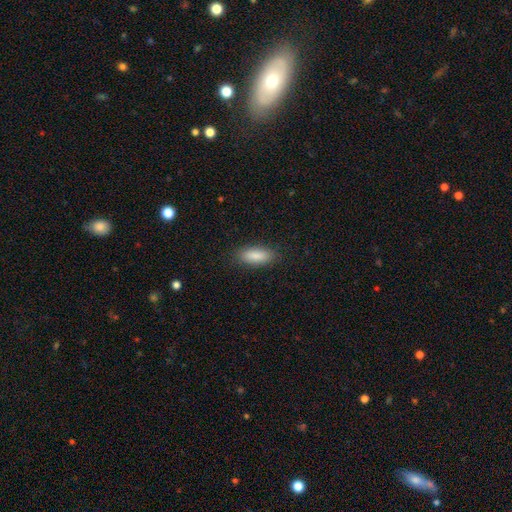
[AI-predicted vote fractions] Q: Smooth or featured?
A: smooth (87%); runner-up: featured or disk (7%)
Q: How rounded?
A: in between (78%); runner-up: cigar-shaped (20%)
Q: Merging?
A: none (86%); runner-up: minor disturbance (10%)